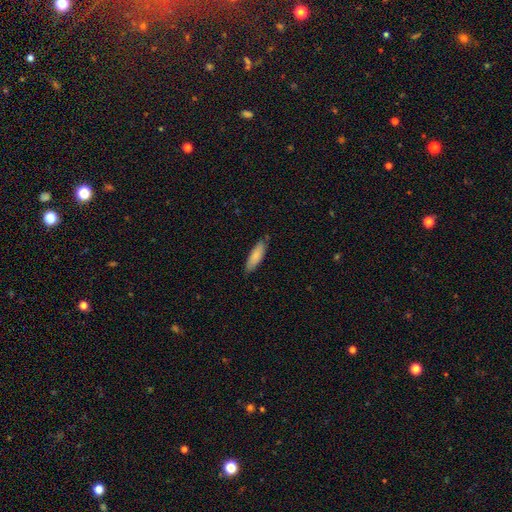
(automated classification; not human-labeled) A smooth galaxy with no disk features (82%) that is in between round and cigar-shaped (49%, tied with cigar-shaped). Merging: none (81%).